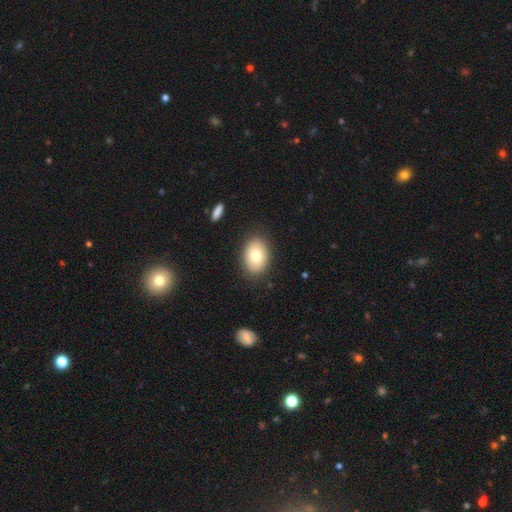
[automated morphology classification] This appears to be a smooth galaxy with no disk features (77%) that is in between round and cigar-shaped (80%). Merging: none (86%).